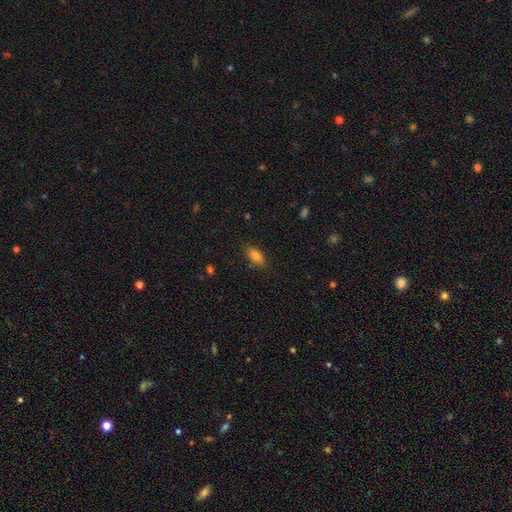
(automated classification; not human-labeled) Smooth or featured? smooth (83%)
How rounded? in between (86%)
Merging? none (84%)